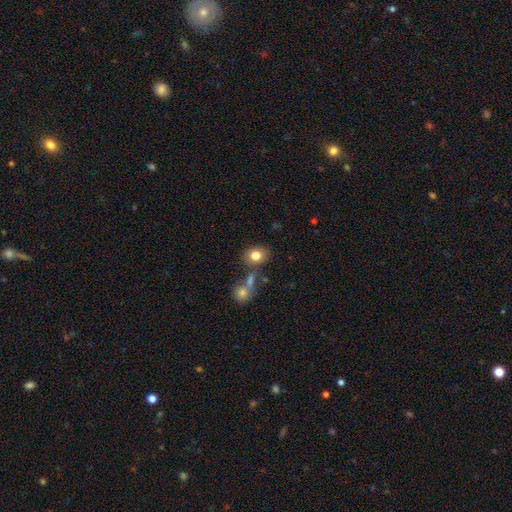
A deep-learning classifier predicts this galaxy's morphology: Q: Smooth or featured?
A: smooth (80%); runner-up: star or artifact (10%)
Q: How rounded?
A: round (52%); runner-up: in between (47%)
Q: Merging?
A: none (70%); runner-up: merger (13%)